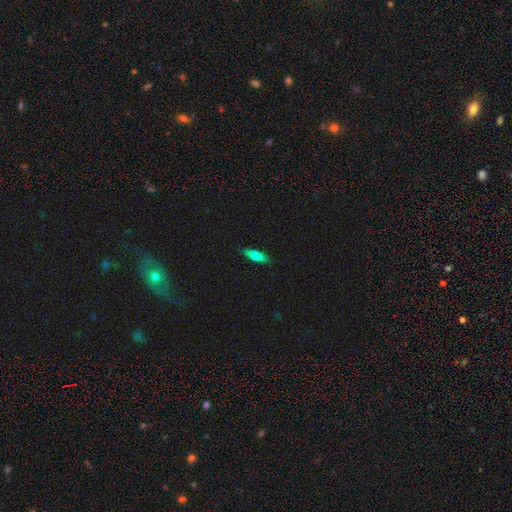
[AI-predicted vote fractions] A smooth galaxy with no disk features (75%) that is cigar-shaped (55%). Merging: none (87%).